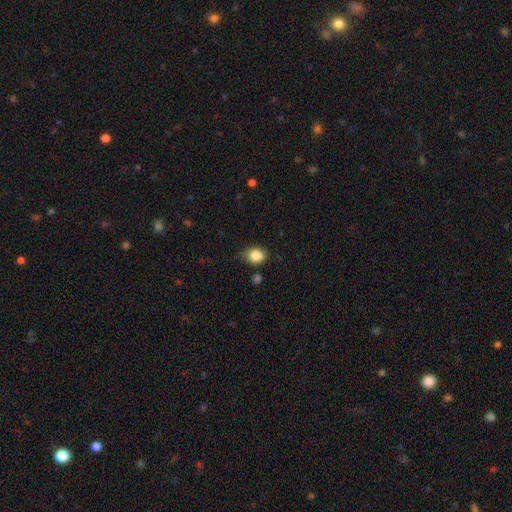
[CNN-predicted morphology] The model was most divided on "how rounded": in between: 50%, round: 49%, cigar-shaped: 1%. More confident: smooth or featured — smooth (85%); merging — none (72%).